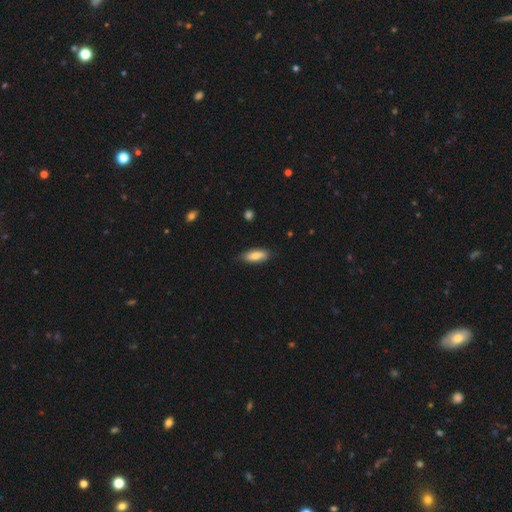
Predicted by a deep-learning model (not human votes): Q: Smooth or featured?
A: smooth (81%); runner-up: featured or disk (13%)
Q: How rounded?
A: in between (74%); runner-up: cigar-shaped (24%)
Q: Merging?
A: none (82%); runner-up: minor disturbance (15%)